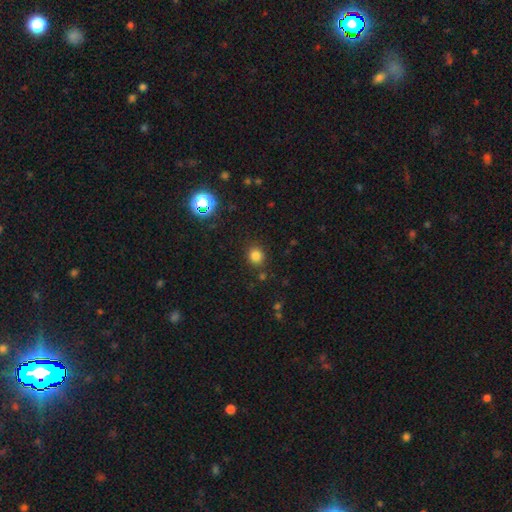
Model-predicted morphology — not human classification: smooth-or-featured: smooth: 81% | star or artifact: 15% | featured or disk: 5%
  how-rounded: round: 85% | in between: 14% | cigar-shaped: 1%
  merging: none: 86% | minor disturbance: 8% | merger: 3% | major disturbance: 3%